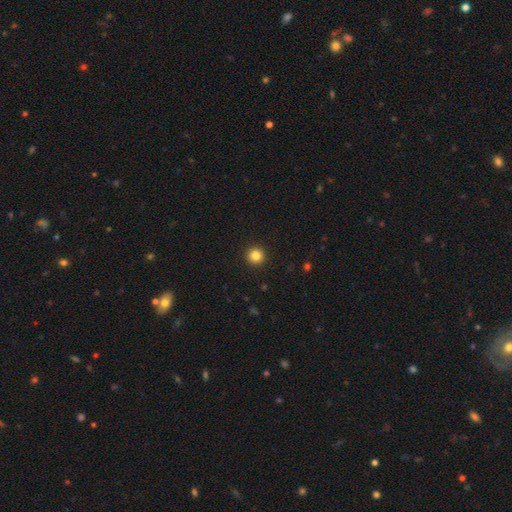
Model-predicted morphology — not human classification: smooth 84%, star or artifact 11%, featured or disk 5%. Down the decision tree: how rounded — round (96%); merging — none (94%).